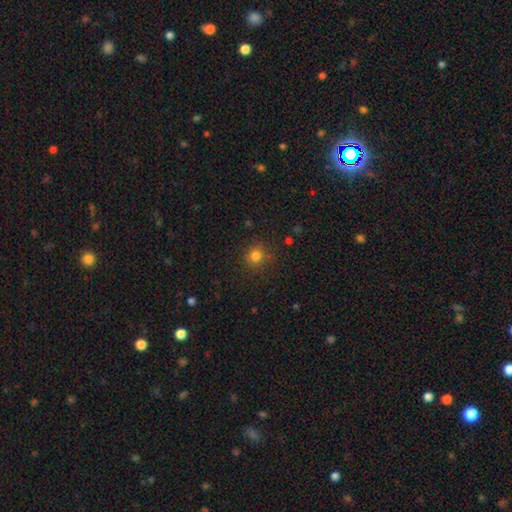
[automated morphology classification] Smooth or featured? Predicted: smooth (p=0.79). How rounded? Predicted: round (p=0.89). Merging? Predicted: none (p=0.84).